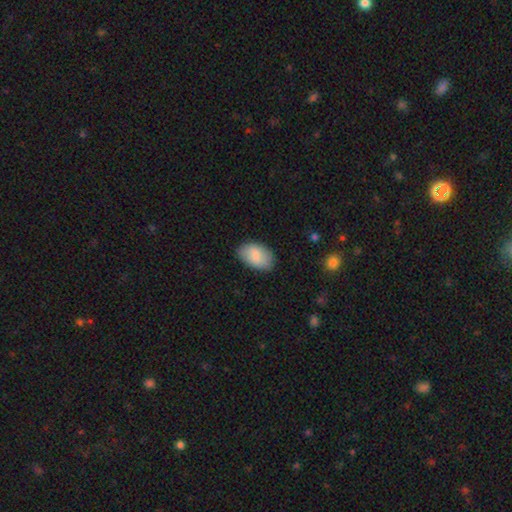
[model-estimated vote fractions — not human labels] smooth_or_featured: smooth (p=0.84) [alt: featured or disk p=0.10]
how_rounded: in between (p=0.92) [alt: round p=0.06]
merging: none (p=0.81) [alt: minor disturbance p=0.15]